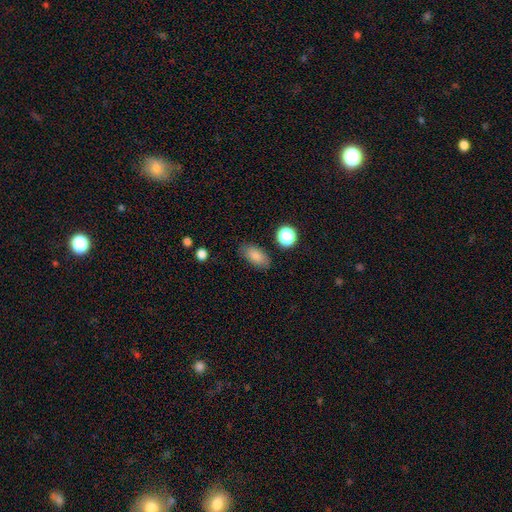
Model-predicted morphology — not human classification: This is clearly a smooth galaxy (85%). How rounded: clearly in between (89%). Merging: clearly none (82%).